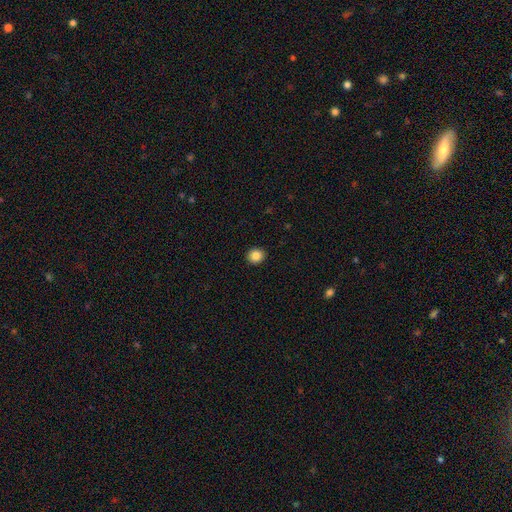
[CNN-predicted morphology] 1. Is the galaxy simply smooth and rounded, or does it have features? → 86% smooth, 10% star or artifact, 4% featured or disk.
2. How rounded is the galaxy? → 84% round, 15% in between, 1% cigar-shaped.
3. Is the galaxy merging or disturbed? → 92% none, 5% minor disturbance, 2% major disturbance, 1% merger.